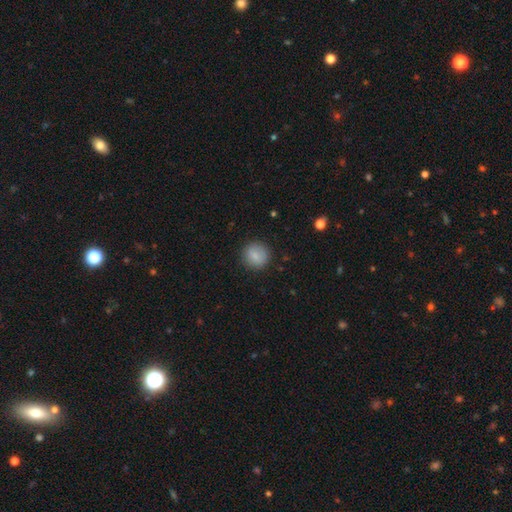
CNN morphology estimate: Q: Smooth or featured?
A: smooth (86%); runner-up: star or artifact (8%)
Q: How rounded?
A: round (91%); runner-up: in between (8%)
Q: Merging?
A: none (89%); runner-up: minor disturbance (8%)